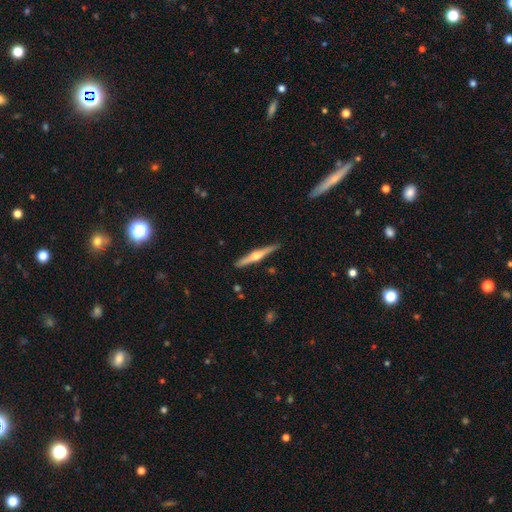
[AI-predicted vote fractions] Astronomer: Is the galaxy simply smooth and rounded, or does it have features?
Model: featured or disk — 73%.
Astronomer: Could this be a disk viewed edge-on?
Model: yes — 98%.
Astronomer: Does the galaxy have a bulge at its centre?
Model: rounded — 94%.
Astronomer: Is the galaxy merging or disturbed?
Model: none — 90%.